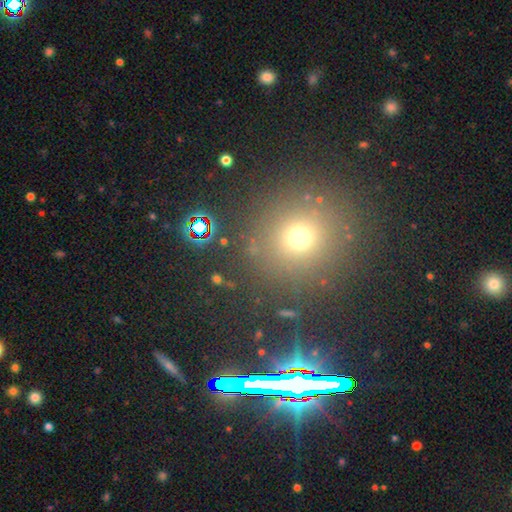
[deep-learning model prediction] Q: Smooth or featured?
A: smooth (50%); runner-up: star or artifact (39%)
Q: Merging?
A: none (87%); runner-up: minor disturbance (7%)